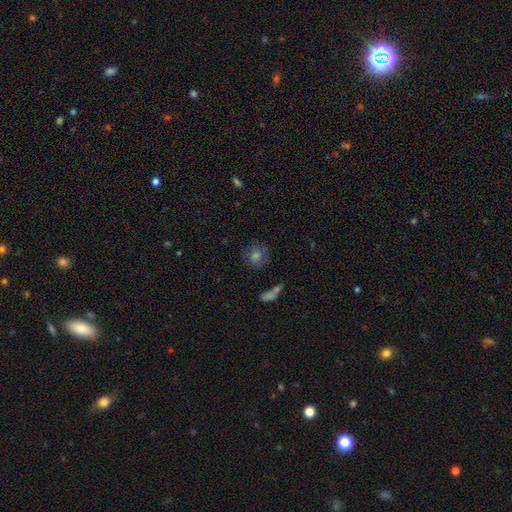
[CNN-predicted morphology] Smooth or featured?
  - smooth: 66% *
  - featured or disk: 19%
  - star or artifact: 16%
How rounded?
  - round: 81% *
  - in between: 17%
  - cigar-shaped: 2%
Merging?
  - none: 72% *
  - minor disturbance: 16%
  - major disturbance: 7%
  - merger: 5%